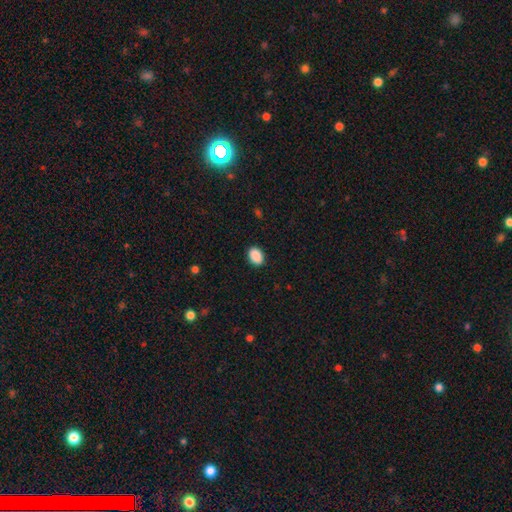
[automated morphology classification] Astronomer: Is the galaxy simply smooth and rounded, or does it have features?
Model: smooth — 90%.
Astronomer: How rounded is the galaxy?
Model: in between — 80%.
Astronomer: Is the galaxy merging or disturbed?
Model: none — 89%.